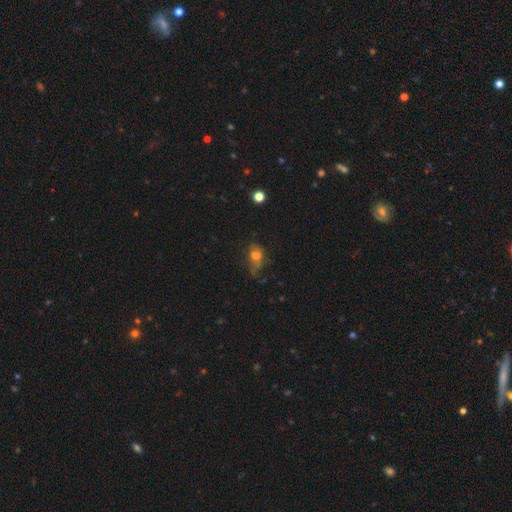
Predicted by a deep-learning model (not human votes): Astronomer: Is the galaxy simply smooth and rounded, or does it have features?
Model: smooth — 68%.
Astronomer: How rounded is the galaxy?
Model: in between — 58% (runner-up: round, 40%).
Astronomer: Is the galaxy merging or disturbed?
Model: none — 38% (runner-up: minor disturbance, 31%).